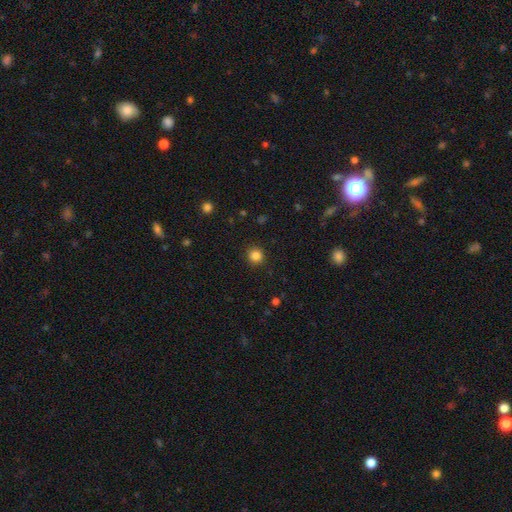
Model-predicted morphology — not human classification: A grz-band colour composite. It shows a smooth galaxy with no disk features (84%) that is round (94%). Merging: none (91%).